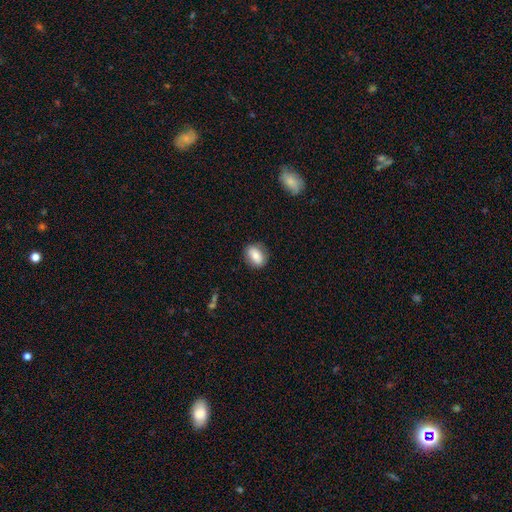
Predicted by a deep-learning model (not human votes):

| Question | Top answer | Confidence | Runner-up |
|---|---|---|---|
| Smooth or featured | smooth | 75% | featured or disk (17%) |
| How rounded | in between | 70% | round (28%) |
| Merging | none | 81% | minor disturbance (14%) |